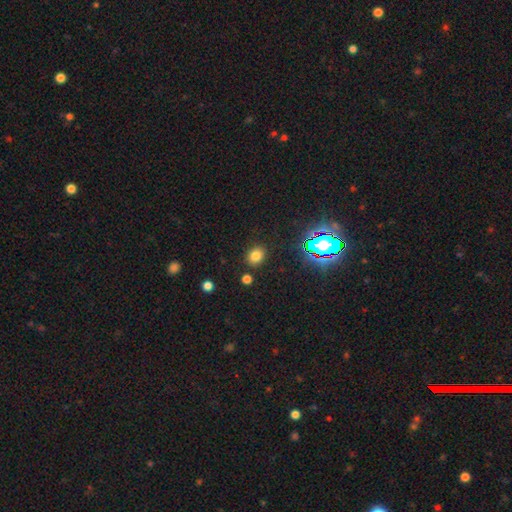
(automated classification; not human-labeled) Smooth or featured? Predicted: smooth (p=0.74). How rounded? Predicted: round (p=0.54). Merging? Predicted: none (p=0.86).